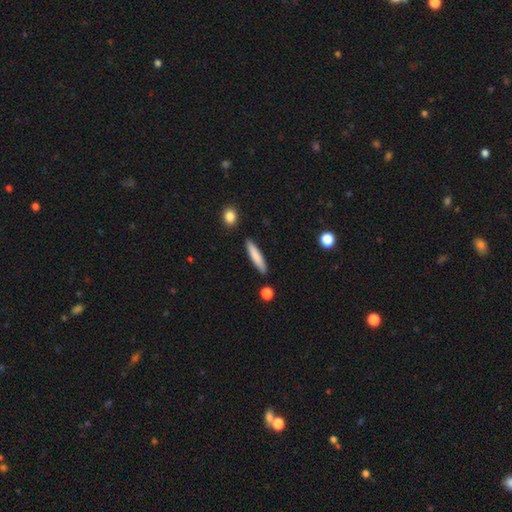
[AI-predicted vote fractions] Smooth or featured: smooth — 80% (featured or disk — 14%)
How rounded: cigar-shaped — 88% (in between — 11%)
Merging: none — 88% (minor disturbance — 8%)